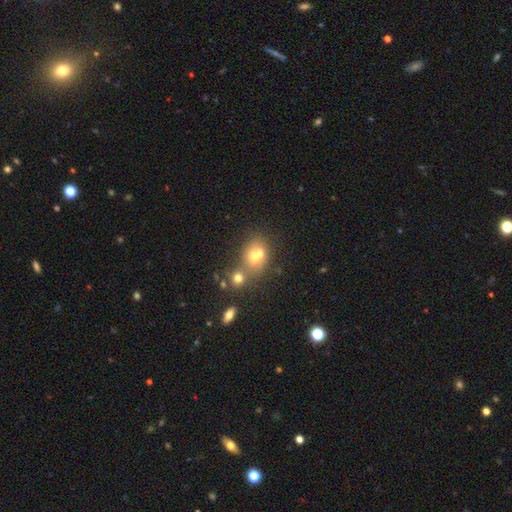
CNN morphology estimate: smooth-or-featured: smooth: 63% | featured or disk: 22% | star or artifact: 15%
  how-rounded: round: 51% | in between: 48% | cigar-shaped: 1%
  merging: merger: 54% | none: 32% | minor disturbance: 9% | major disturbance: 5%